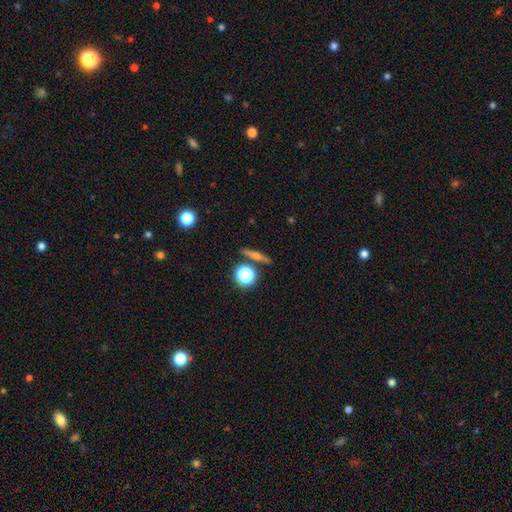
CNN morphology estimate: featured or disk 53%, smooth 33%, star or artifact 14%. Down the decision tree: edge-on disk — yes (94%); merging — none (85%).